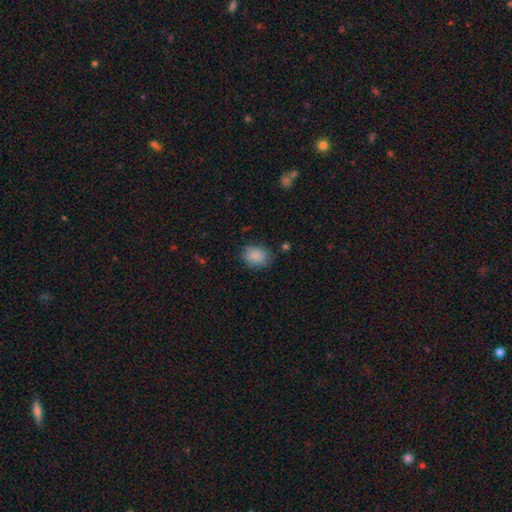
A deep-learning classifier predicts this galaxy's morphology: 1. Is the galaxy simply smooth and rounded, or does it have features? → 87% smooth, 8% star or artifact, 6% featured or disk.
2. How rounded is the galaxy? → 61% in between, 38% round, 1% cigar-shaped.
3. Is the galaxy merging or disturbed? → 75% none, 19% minor disturbance, 4% major disturbance, 2% merger.